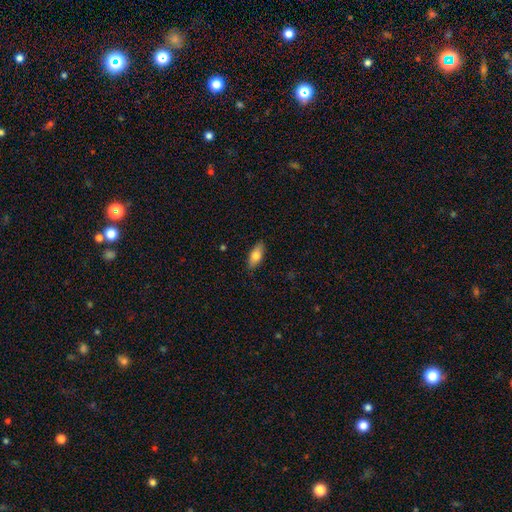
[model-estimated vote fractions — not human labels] Smooth or featured? Predicted: smooth (p=0.76). How rounded? Predicted: in between (p=0.76). Merging? Predicted: none (p=0.87).